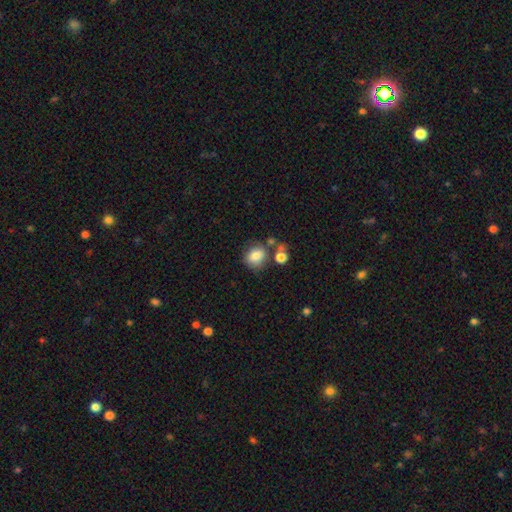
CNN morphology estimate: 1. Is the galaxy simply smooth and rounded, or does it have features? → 81% smooth, 10% featured or disk, 9% star or artifact.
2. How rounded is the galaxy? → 64% round, 35% in between, 1% cigar-shaped.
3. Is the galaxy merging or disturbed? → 59% none, 18% merger, 16% minor disturbance, 7% major disturbance.